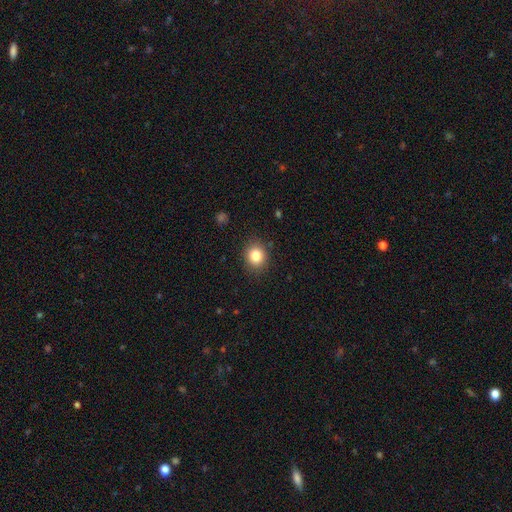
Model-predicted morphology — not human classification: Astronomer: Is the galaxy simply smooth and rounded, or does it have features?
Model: smooth — 83%.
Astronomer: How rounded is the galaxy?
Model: round — 72%.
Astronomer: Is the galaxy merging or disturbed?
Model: none — 88%.